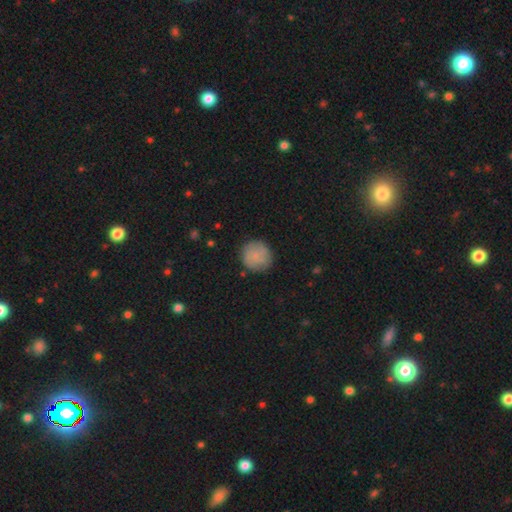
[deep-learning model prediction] Smooth or featured: smooth — 77% (featured or disk — 16%)
How rounded: round — 93% (in between — 6%)
Merging: none — 83% (minor disturbance — 12%)